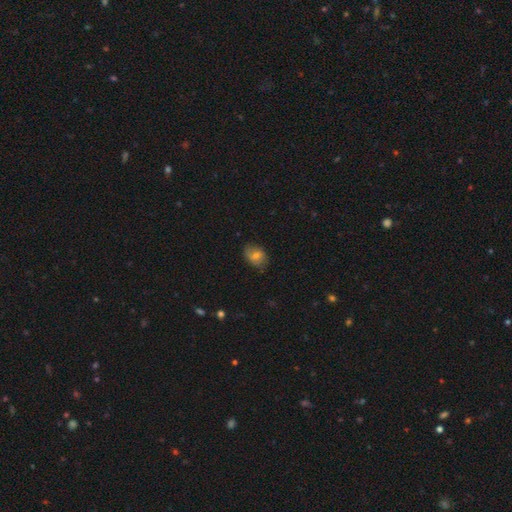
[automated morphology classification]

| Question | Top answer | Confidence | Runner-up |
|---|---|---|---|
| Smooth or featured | smooth | 63% | featured or disk (26%) |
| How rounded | in between | 71% | round (28%) |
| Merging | none | 75% | minor disturbance (19%) |